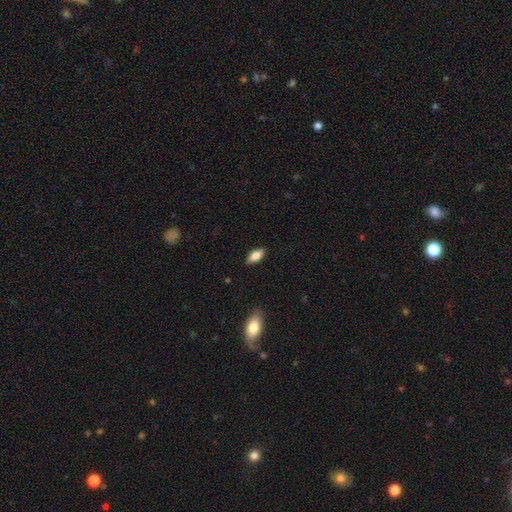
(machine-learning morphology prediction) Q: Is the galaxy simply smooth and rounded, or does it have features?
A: smooth — 76%.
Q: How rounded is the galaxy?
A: in between — 84%.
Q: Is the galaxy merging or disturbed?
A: none — 86%.